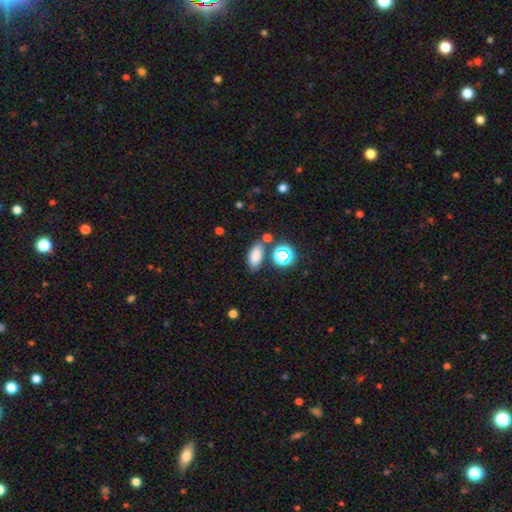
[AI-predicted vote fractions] Q: Smooth or featured?
A: smooth (77%); runner-up: star or artifact (16%)
Q: How rounded?
A: in between (82%); runner-up: round (10%)
Q: Merging?
A: none (72%); runner-up: minor disturbance (12%)